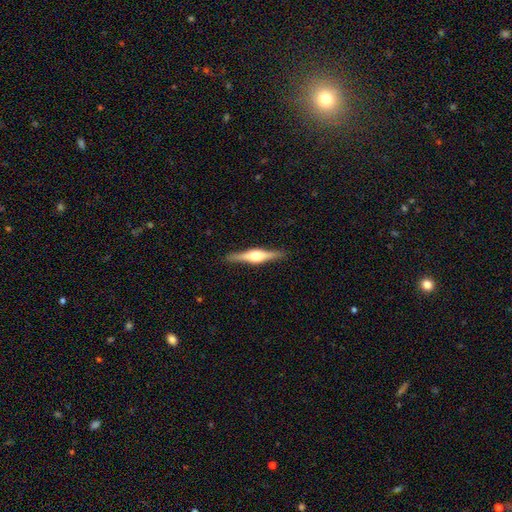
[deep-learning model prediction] smooth-or-featured: featured or disk: 77% | smooth: 18% | star or artifact: 5%
  disk-edge-on: yes: 98% | no: 2%
    edge-on-bulge: rounded: 89% | boxy: 9% | none: 2%
  merging: none: 91% | minor disturbance: 7% | major disturbance: 1% | merger: 1%